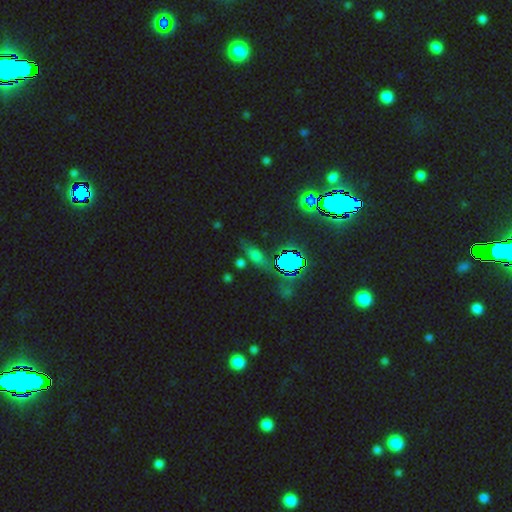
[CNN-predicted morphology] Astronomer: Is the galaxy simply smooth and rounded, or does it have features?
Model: smooth — 41% (runner-up: star or artifact, 37%).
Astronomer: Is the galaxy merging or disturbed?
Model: none — 70%.